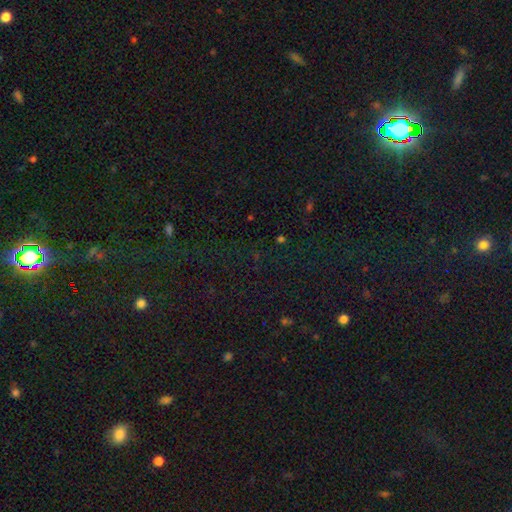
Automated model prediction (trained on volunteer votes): Smooth or featured? star or artifact (77%)